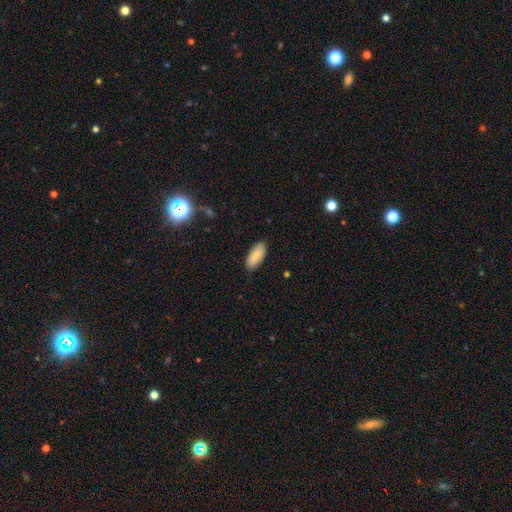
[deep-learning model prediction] Smooth or featured?
  - smooth: 82% *
  - featured or disk: 12%
  - star or artifact: 6%
How rounded?
  - in between: 87% *
  - cigar-shaped: 11%
  - round: 2%
Merging?
  - none: 87% *
  - minor disturbance: 10%
  - major disturbance: 2%
  - merger: 1%